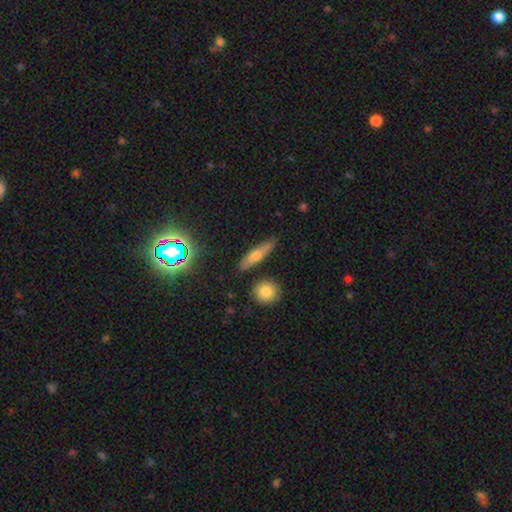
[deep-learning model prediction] This is possibly a smooth galaxy (58%). How rounded: likely cigar-shaped (70%). Merging: clearly none (84%).